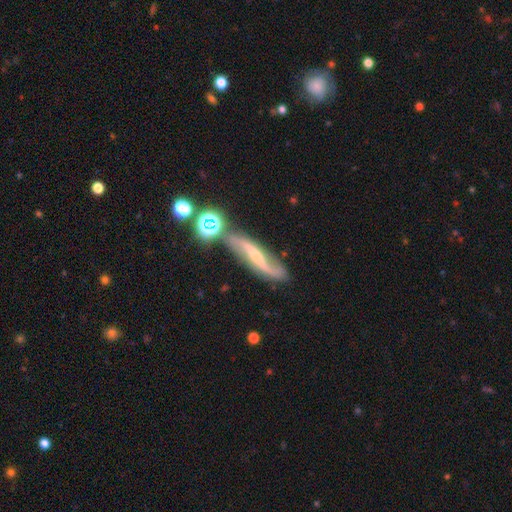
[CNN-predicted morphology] smooth_or_featured: featured or disk (p=0.79) [alt: smooth p=0.12]
disk_edge_on: no (p=0.77) [alt: yes p=0.23]
bar: weak (p=0.36) [alt: strong p=0.35]
has_spiral_arms: yes (p=0.93) [alt: no p=0.07]
spiral_winding: loose (p=0.74) [alt: medium p=0.19]
spiral_arm_count: 2 (p=0.90) [alt: can't tell p=0.04]
bulge_size: small (p=0.61) [alt: moderate p=0.28]
merging: none (p=0.65) [alt: minor disturbance p=0.17]